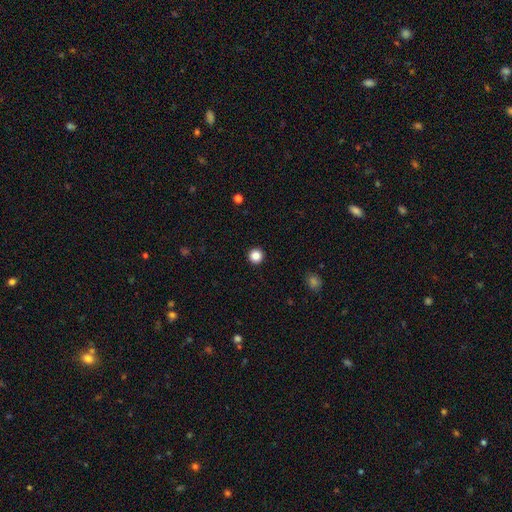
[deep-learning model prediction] Q: Smooth or featured?
A: smooth (85%); runner-up: star or artifact (11%)
Q: How rounded?
A: round (96%); runner-up: in between (3%)
Q: Merging?
A: none (94%); runner-up: minor disturbance (4%)